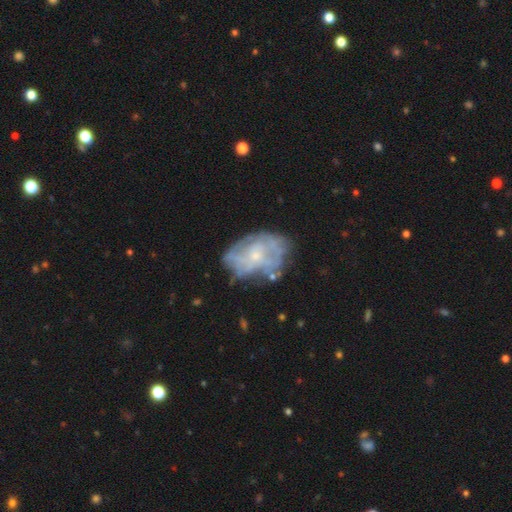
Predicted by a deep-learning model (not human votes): Smooth or featured?
  - featured or disk: 68% *
  - smooth: 23%
  - star or artifact: 8%
Edge-on disk?
  - no: 96% *
  - yes: 4%
Bar?
  - no: 79% *
  - weak: 17%
  - strong: 3%
Spiral arms?
  - no: 51% *
  - yes: 49%
Bulge size?
  - small: 64% *
  - moderate: 28%
  - none: 6%
  - large: 2%
  - dominant: 1%
Merging?
  - none: 58% *
  - minor disturbance: 24%
  - major disturbance: 14%
  - merger: 4%